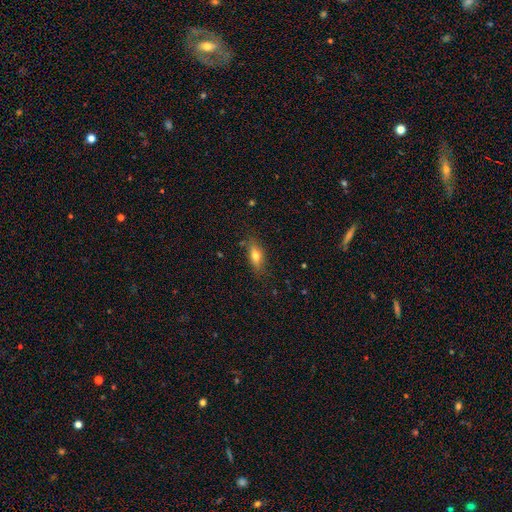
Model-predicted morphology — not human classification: type=smooth (68%); roundness=in between (69%); merging=none (79%).